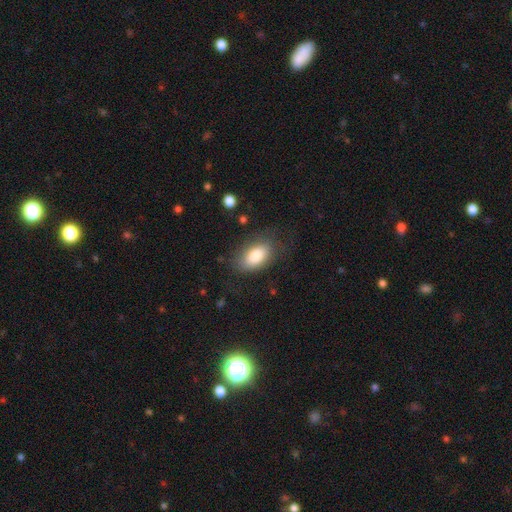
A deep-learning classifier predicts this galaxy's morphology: Q: Smooth or featured?
A: smooth (79%); runner-up: featured or disk (14%)
Q: How rounded?
A: in between (92%); runner-up: round (6%)
Q: Merging?
A: none (72%); runner-up: minor disturbance (18%)